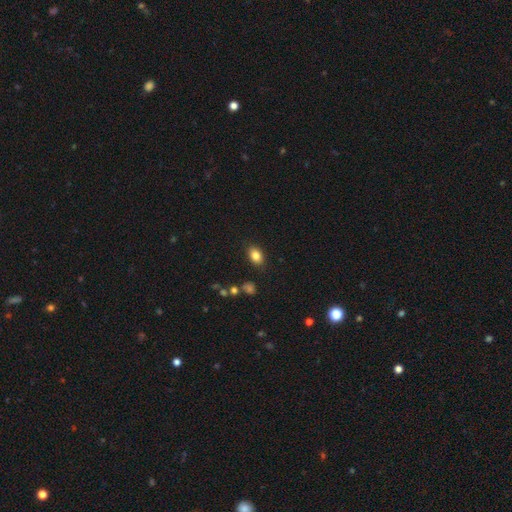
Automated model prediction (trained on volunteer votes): This is clearly a smooth galaxy (83%). How rounded: clearly in between (83%). Merging: clearly none (85%).